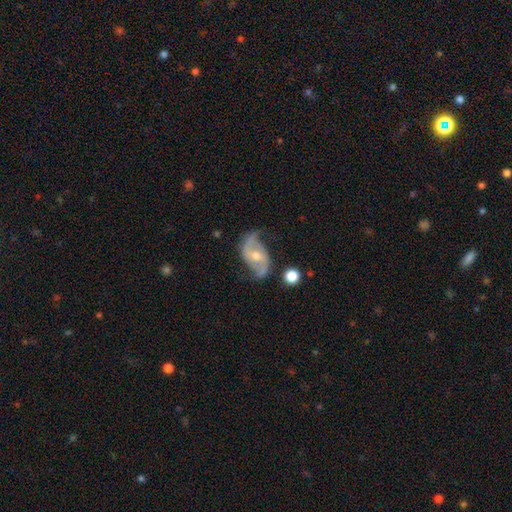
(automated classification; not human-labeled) Smooth or featured? featured or disk (85%)
Edge-on disk? no (96%)
Bar? weak (41%, tied with no)
Spiral arms? yes (94%)
Spiral winding? loose (47%)
Spiral arm count? 2 (91%)
Bulge size? moderate (58%)
Merging? none (70%)